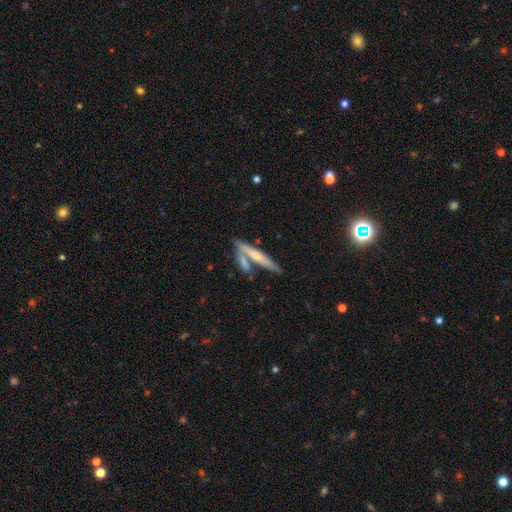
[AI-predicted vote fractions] Overall: featured or disk (47%, tied with smooth). Merging: none (57%; merger 28%).